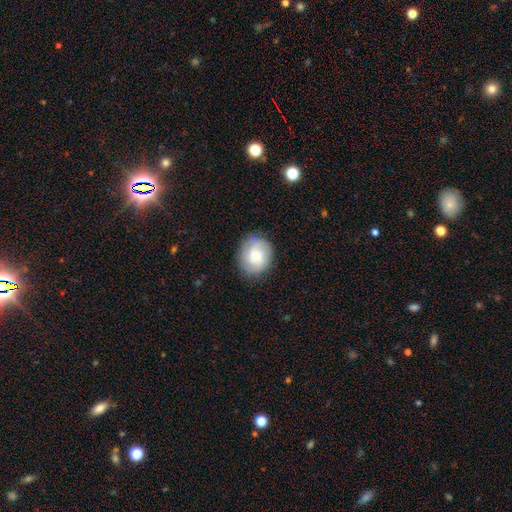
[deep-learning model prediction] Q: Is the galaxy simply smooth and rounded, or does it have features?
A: smooth — 59%.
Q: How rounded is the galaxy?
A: round — 70%.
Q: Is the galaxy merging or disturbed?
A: none — 81%.